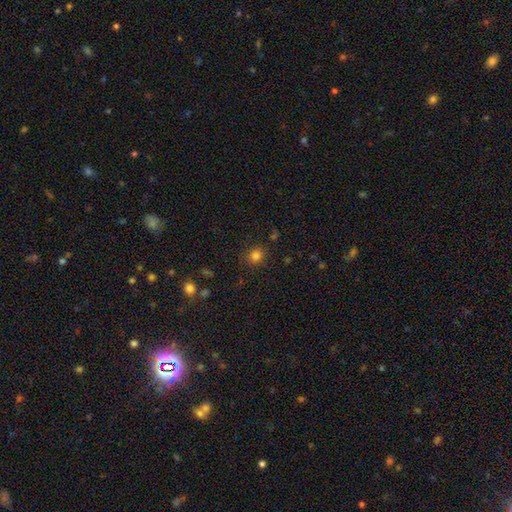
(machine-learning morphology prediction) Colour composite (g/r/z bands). It shows a smooth galaxy with no disk features (81%) that is round (82%). Merging: none (85%).